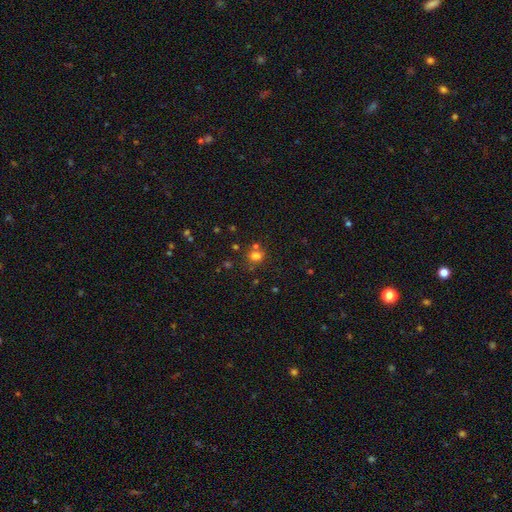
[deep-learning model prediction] A smooth galaxy with no disk features (70%) that is round (67%). Merging: none (59%).